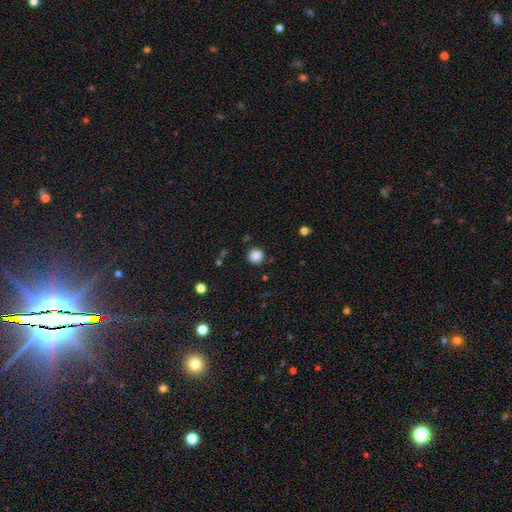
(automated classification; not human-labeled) smooth 86%, star or artifact 11%, featured or disk 3%. Down the decision tree: how rounded — round (92%); merging — none (88%).